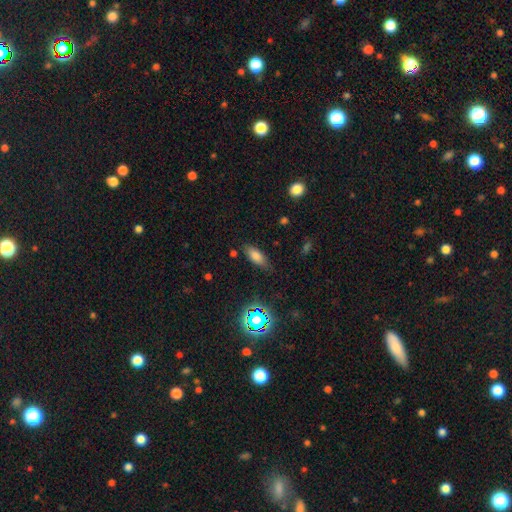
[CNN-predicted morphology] Q: Smooth or featured?
A: smooth (74%); runner-up: star or artifact (14%)
Q: How rounded?
A: in between (74%); runner-up: cigar-shaped (23%)
Q: Merging?
A: none (78%); runner-up: minor disturbance (15%)